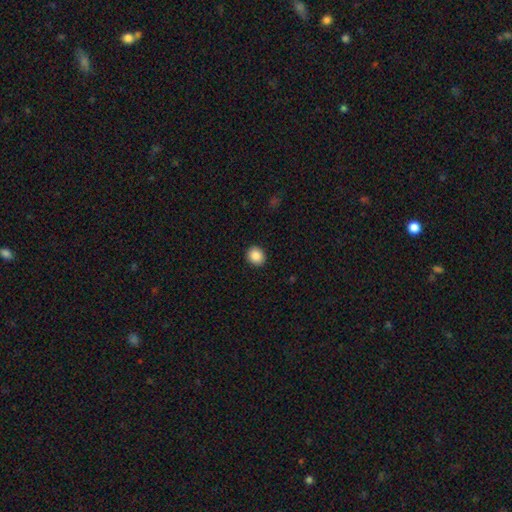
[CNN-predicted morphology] This appears to be a smooth galaxy with no disk features (89%) that is round (74%). Merging: none (92%).